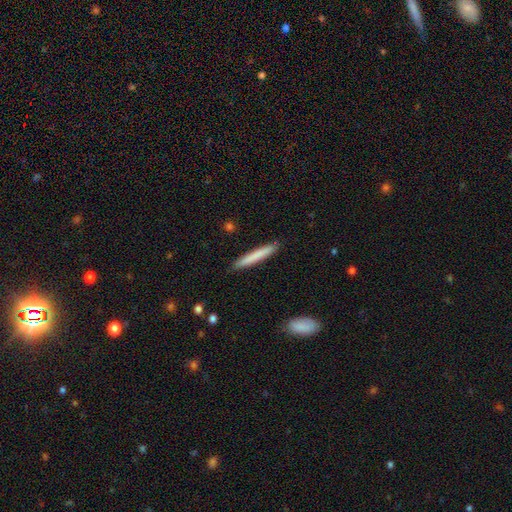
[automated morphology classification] This appears to be a smooth galaxy with no disk features (75%) that is cigar-shaped (96%). Merging: none (91%).